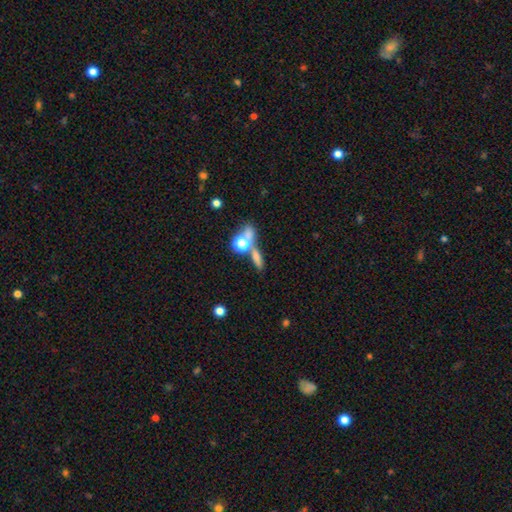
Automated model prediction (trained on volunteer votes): Q: Smooth or featured?
A: smooth (54%); runner-up: featured or disk (25%)
Q: How rounded?
A: in between (35%); runner-up: round (33%)
Q: Merging?
A: none (46%); runner-up: merger (33%)